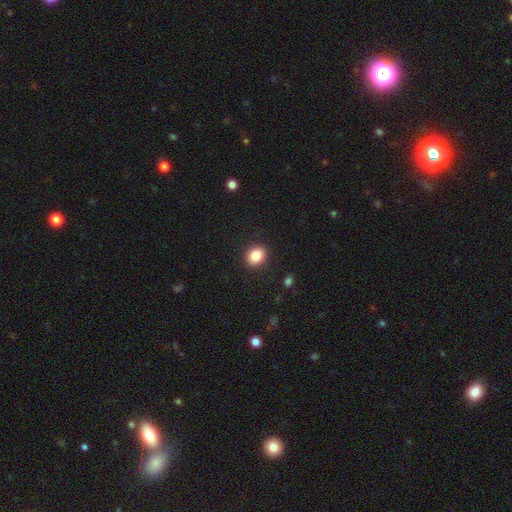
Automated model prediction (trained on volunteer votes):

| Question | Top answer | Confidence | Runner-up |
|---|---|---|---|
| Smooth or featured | smooth | 85% | star or artifact (9%) |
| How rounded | round | 73% | in between (26%) |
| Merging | none | 90% | minor disturbance (6%) |